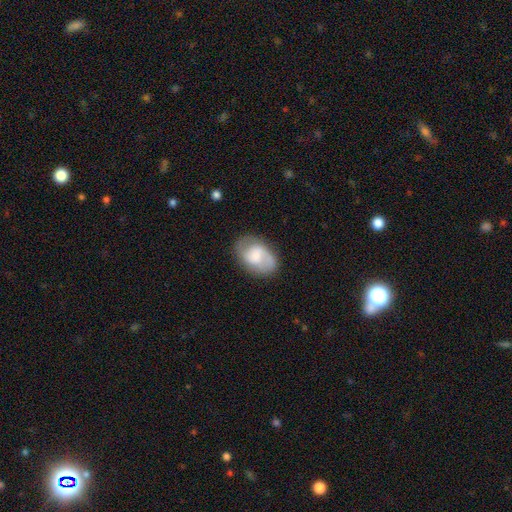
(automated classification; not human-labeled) Smooth or featured?
  - featured or disk: 54% *
  - smooth: 39%
  - star or artifact: 7%
Edge-on disk?
  - no: 96% *
  - yes: 4%
Bar?
  - no: 48% *
  - weak: 43%
  - strong: 9%
Spiral arms?
  - yes: 84% *
  - no: 16%
Bulge size?
  - small: 43% *
  - moderate: 37%
  - large: 10%
  - none: 8%
  - dominant: 2%
Merging?
  - none: 75% *
  - minor disturbance: 17%
  - major disturbance: 6%
  - merger: 2%